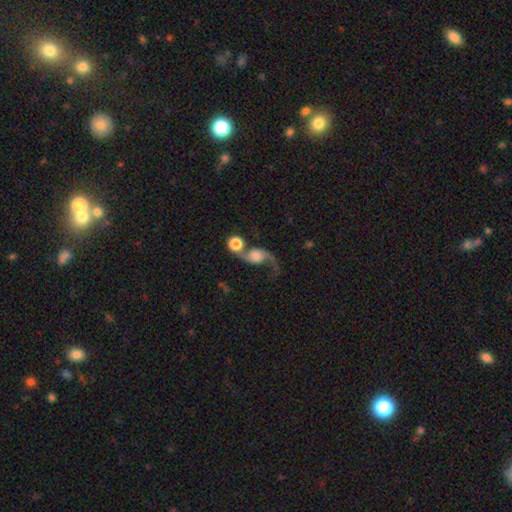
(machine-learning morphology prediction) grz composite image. It shows a featured or disk galaxy (78%) with no bar (69%), 2 (84%) loose (87%) spiral arms (94%) and a moderate central bulge (29%). Merging: merger (39%).